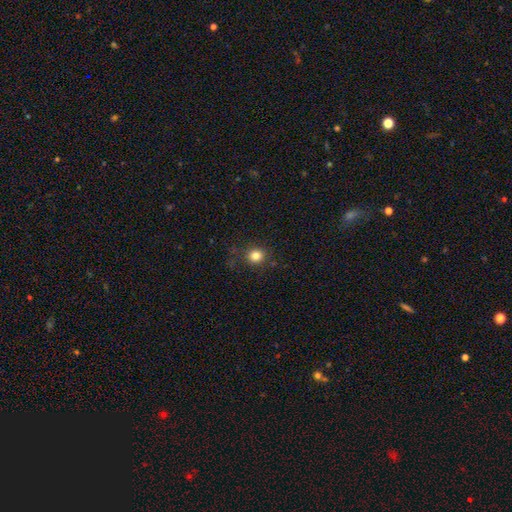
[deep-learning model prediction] A smooth galaxy with no disk features (82%) that is round (87%).

Vote fractions:
- Smooth or featured? smooth: 82% / star or artifact: 13% / featured or disk: 6%
- How rounded? round: 87% / in between: 12% / cigar-shaped: 1%
- Merging? none: 84% / minor disturbance: 10% / major disturbance: 4% / merger: 2%